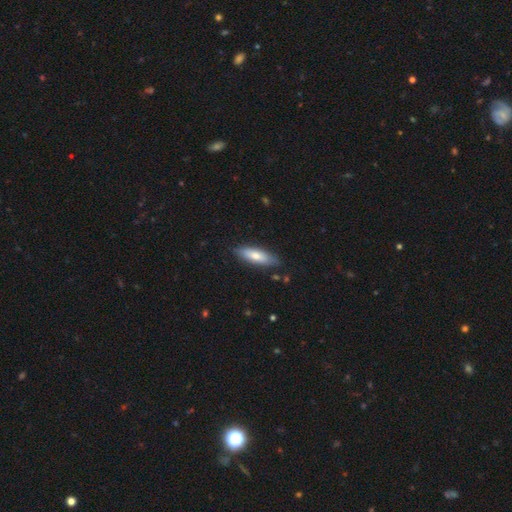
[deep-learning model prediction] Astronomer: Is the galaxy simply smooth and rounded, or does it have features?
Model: smooth — 72%.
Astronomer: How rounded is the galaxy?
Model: in between — 50% (runner-up: cigar-shaped, 48%).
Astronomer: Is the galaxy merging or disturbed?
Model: none — 84%.